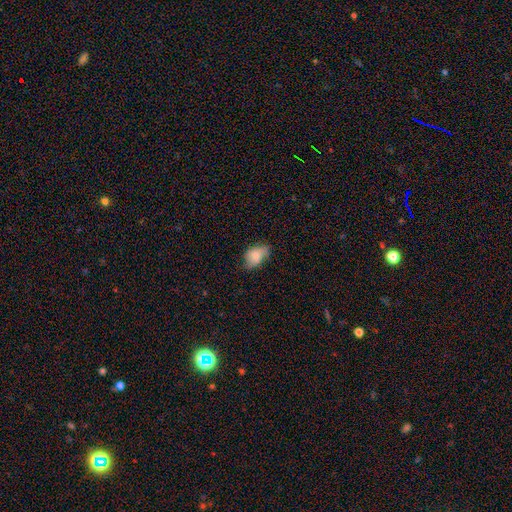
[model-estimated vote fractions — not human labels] A smooth galaxy with no disk features (73%) that is in between round and cigar-shaped (86%).

Vote fractions:
- Smooth or featured? smooth: 73% / featured or disk: 19% / star or artifact: 8%
- How rounded? in between: 86% / round: 12% / cigar-shaped: 2%
- Merging? none: 51% / minor disturbance: 36% / major disturbance: 11% / merger: 2%